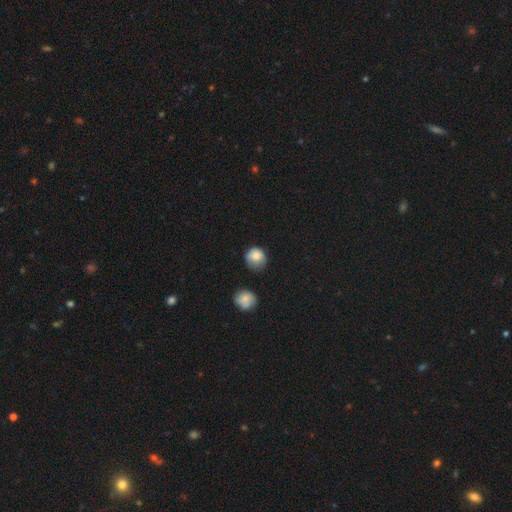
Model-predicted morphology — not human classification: Q: Smooth or featured?
A: smooth (81%); runner-up: featured or disk (10%)
Q: How rounded?
A: round (84%); runner-up: in between (15%)
Q: Merging?
A: none (58%); runner-up: minor disturbance (30%)